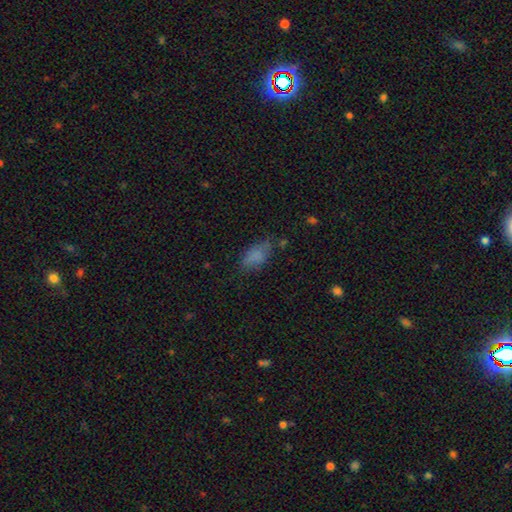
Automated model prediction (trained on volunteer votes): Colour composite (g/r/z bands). It shows a smooth galaxy with no disk features (78%) that is in between round and cigar-shaped (89%). Merging: none (59%).